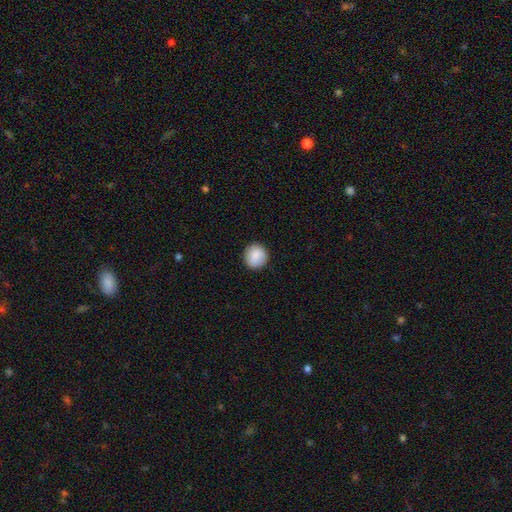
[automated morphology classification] The model was most divided on "smooth or featured": smooth: 88%, star or artifact: 7%, featured or disk: 5%. More confident: how rounded — round (91%); merging — none (90%).